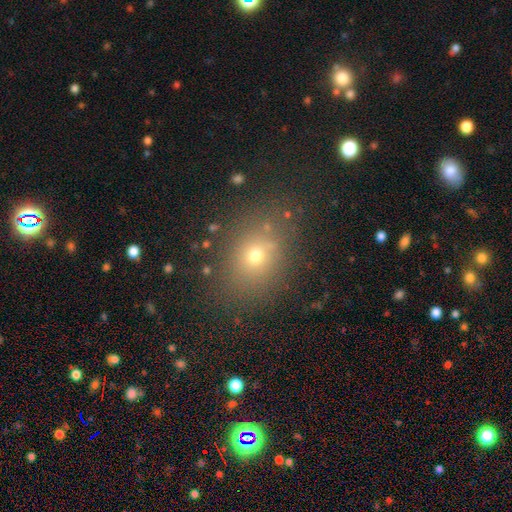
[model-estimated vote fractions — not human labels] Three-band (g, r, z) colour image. It shows a smooth galaxy with no disk features (65%) that is round (50%). Merging: none (81%).